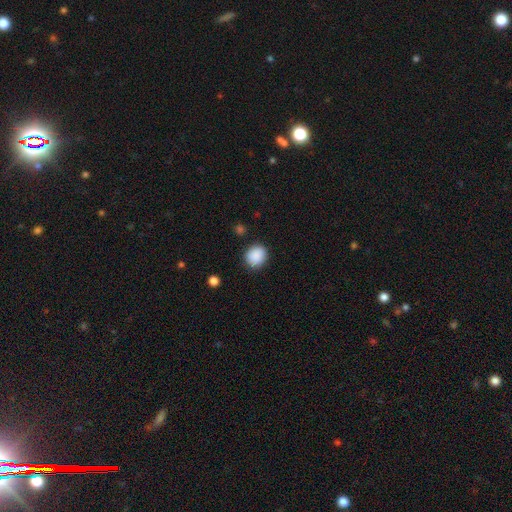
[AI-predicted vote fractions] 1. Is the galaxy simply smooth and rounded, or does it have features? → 89% smooth, 8% star or artifact, 3% featured or disk.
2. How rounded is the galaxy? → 77% round, 22% in between, 1% cigar-shaped.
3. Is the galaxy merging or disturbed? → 86% none, 10% minor disturbance, 3% major disturbance, 2% merger.